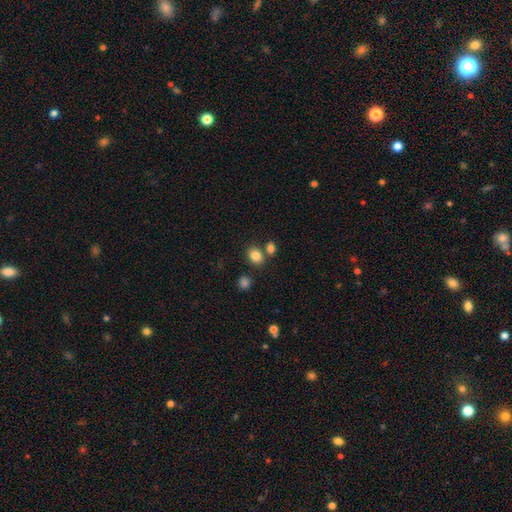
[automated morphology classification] smooth-or-featured: smooth: 83% | star or artifact: 11% | featured or disk: 6%
  how-rounded: round: 50% | in between: 49% | cigar-shaped: 1%
  merging: none: 71% | merger: 16% | minor disturbance: 10% | major disturbance: 3%